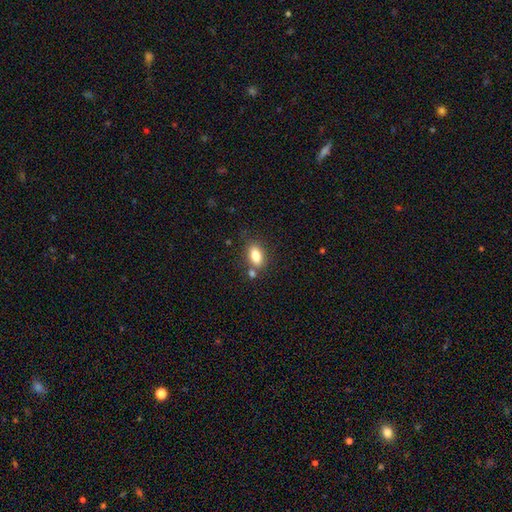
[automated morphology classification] This is clearly a smooth galaxy (81%). How rounded: clearly in between (87%). Merging: likely none (66%).